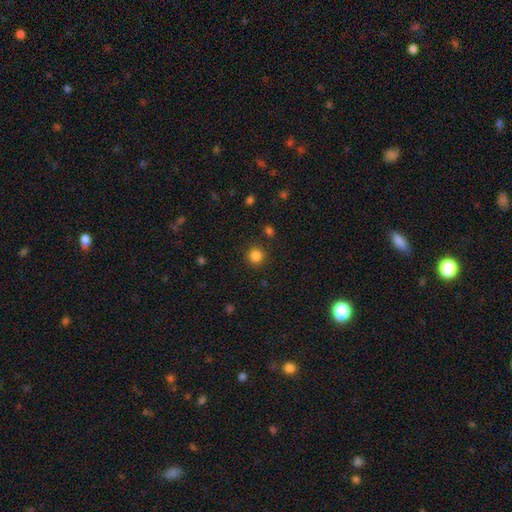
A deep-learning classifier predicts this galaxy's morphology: This is clearly a smooth galaxy (84%). How rounded: clearly round (94%). Merging: clearly none (90%).